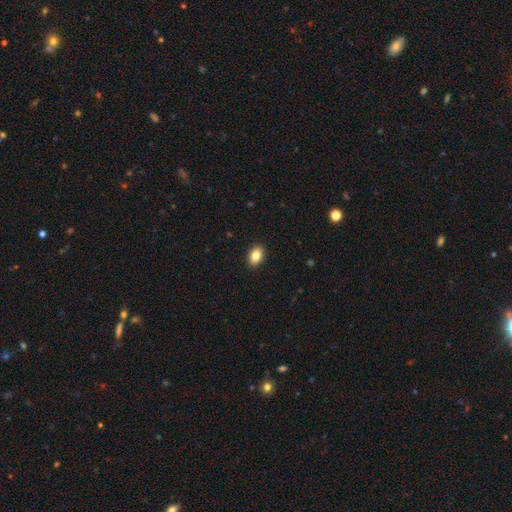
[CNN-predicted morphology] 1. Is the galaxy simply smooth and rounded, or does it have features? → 85% smooth, 8% star or artifact, 7% featured or disk.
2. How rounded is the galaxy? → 84% in between, 15% round, 1% cigar-shaped.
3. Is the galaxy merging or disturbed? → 91% none, 6% minor disturbance, 2% major disturbance, 1% merger.